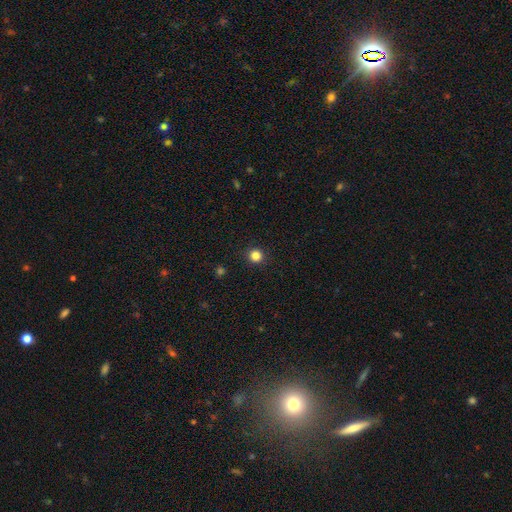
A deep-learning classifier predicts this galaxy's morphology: Q: Smooth or featured?
A: smooth (83%); runner-up: star or artifact (13%)
Q: How rounded?
A: round (94%); runner-up: in between (5%)
Q: Merging?
A: none (92%); runner-up: minor disturbance (5%)